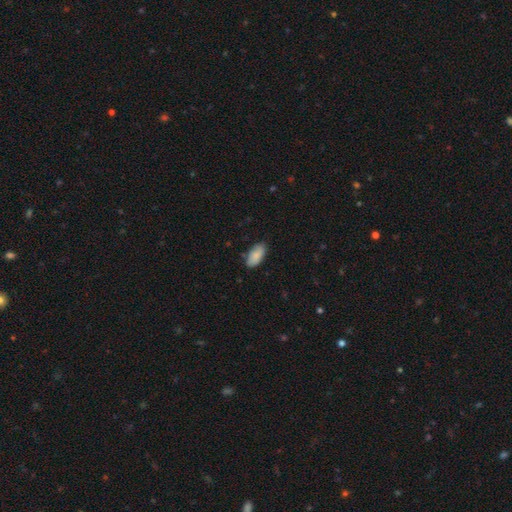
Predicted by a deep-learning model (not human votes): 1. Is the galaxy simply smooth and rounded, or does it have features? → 87% smooth, 7% featured or disk, 6% star or artifact.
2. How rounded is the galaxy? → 92% in between, 6% cigar-shaped, 2% round.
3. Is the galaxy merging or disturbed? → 82% none, 14% minor disturbance, 2% major disturbance, 1% merger.